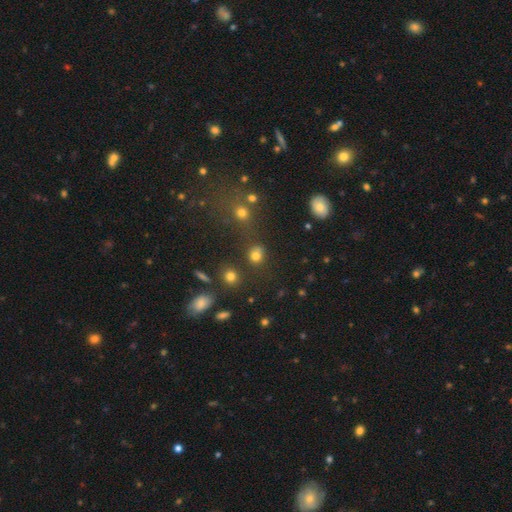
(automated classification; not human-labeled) Smooth or featured? smooth (77%)
How rounded? round (78%)
Merging? none (71%)